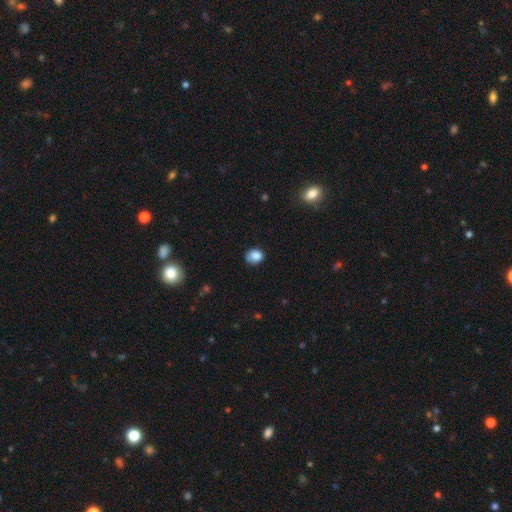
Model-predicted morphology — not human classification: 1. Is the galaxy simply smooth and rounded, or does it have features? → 79% smooth, 10% star or artifact, 10% featured or disk.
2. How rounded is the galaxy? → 60% round, 39% in between, 1% cigar-shaped.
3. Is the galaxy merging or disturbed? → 55% none, 31% minor disturbance, 10% major disturbance, 4% merger.